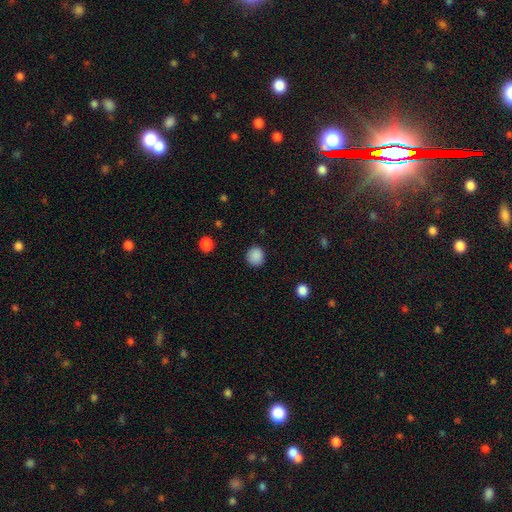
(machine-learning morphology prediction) Smooth or featured? Predicted: smooth (p=0.88). How rounded? Predicted: round (p=0.88). Merging? Predicted: none (p=0.89).